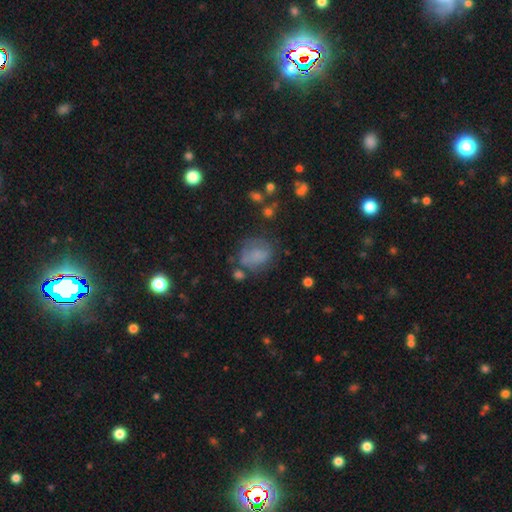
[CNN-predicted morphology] A smooth galaxy with no disk features (65%) that is round (53%). Merging: none (50%).